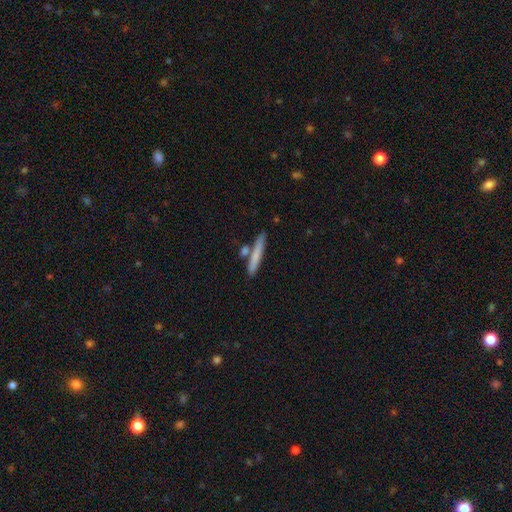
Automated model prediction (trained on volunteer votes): A smooth galaxy with no disk features (71%) that is cigar-shaped (93%).

Vote fractions:
- Smooth or featured? smooth: 71% / featured or disk: 22% / star or artifact: 6%
- How rounded? cigar-shaped: 93% / in between: 5% / round: 2%
- Merging? none: 76% / merger: 11% / minor disturbance: 10% / major disturbance: 2%